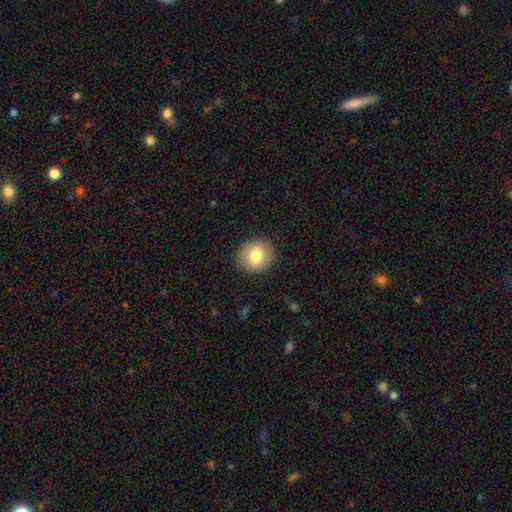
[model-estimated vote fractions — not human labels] This is likely a smooth galaxy (77%). How rounded: likely round (75%). Merging: clearly none (89%).